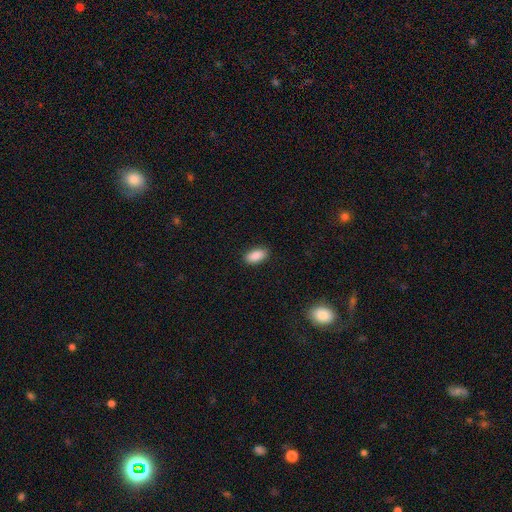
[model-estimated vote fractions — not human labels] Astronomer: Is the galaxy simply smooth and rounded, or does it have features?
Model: smooth — 89%.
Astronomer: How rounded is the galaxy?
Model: in between — 91%.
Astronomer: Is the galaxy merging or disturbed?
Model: none — 89%.